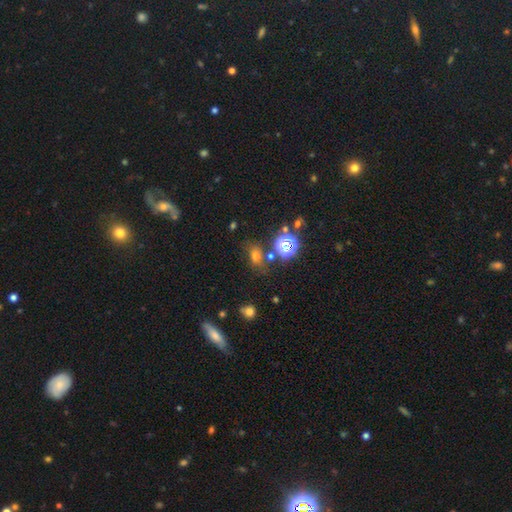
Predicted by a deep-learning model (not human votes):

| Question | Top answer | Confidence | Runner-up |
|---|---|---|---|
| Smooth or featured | smooth | 59% | star or artifact (31%) |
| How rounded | in between | 61% | round (36%) |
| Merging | none | 71% | minor disturbance (16%) |